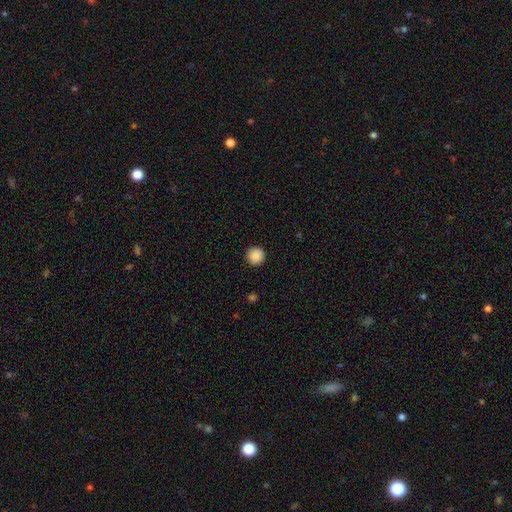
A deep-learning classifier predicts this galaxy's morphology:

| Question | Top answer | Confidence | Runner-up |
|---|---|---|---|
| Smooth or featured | smooth | 89% | star or artifact (9%) |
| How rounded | round | 96% | in between (3%) |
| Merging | none | 93% | minor disturbance (4%) |